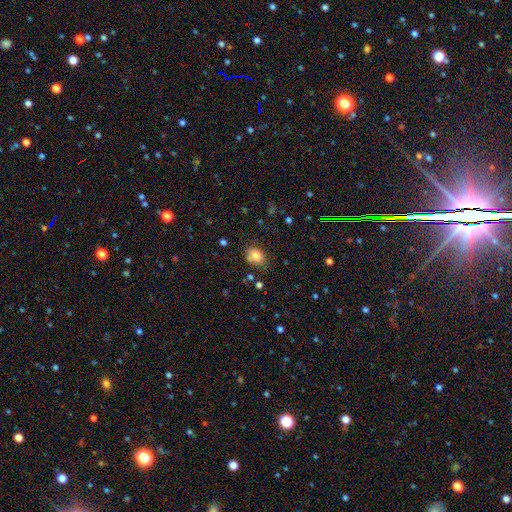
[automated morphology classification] smooth-or-featured: smooth: 80% | star or artifact: 11% | featured or disk: 10%
  how-rounded: in between: 63% | round: 36% | cigar-shaped: 1%
  merging: none: 66% | minor disturbance: 22% | merger: 6% | major disturbance: 6%